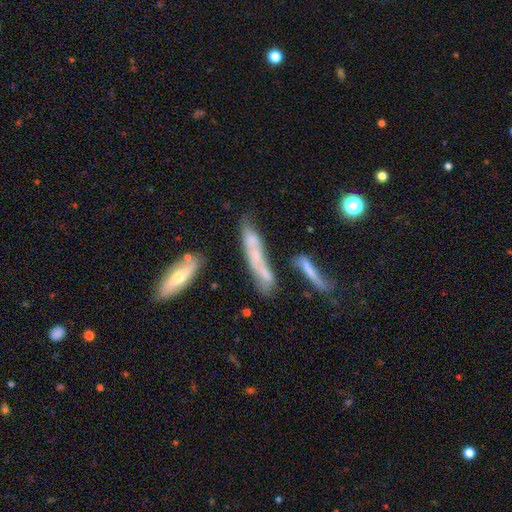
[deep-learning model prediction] A featured or disk galaxy (45%). Merging: none (52%).